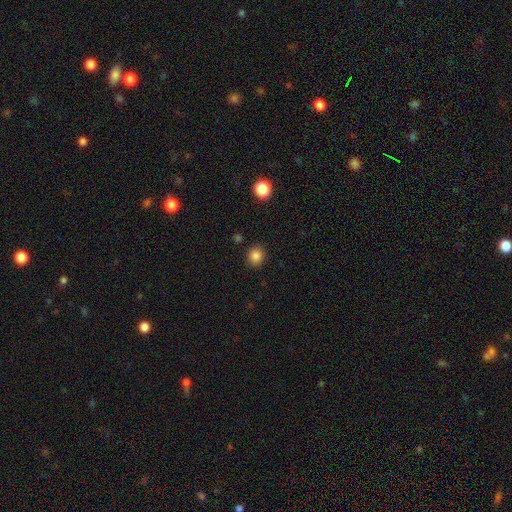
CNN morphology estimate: Smooth or featured?
  - smooth: 84% *
  - star or artifact: 12%
  - featured or disk: 4%
How rounded?
  - round: 85% *
  - in between: 14%
  - cigar-shaped: 1%
Merging?
  - none: 89% *
  - minor disturbance: 7%
  - major disturbance: 2%
  - merger: 2%